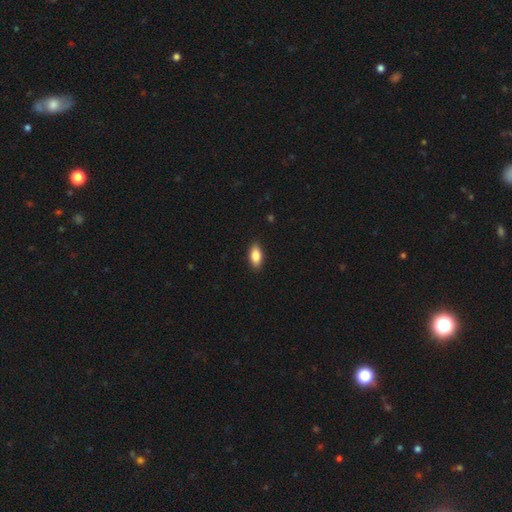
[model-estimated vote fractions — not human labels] Q: Smooth or featured?
A: smooth (86%); runner-up: featured or disk (8%)
Q: How rounded?
A: in between (89%); runner-up: cigar-shaped (7%)
Q: Merging?
A: none (88%); runner-up: minor disturbance (9%)